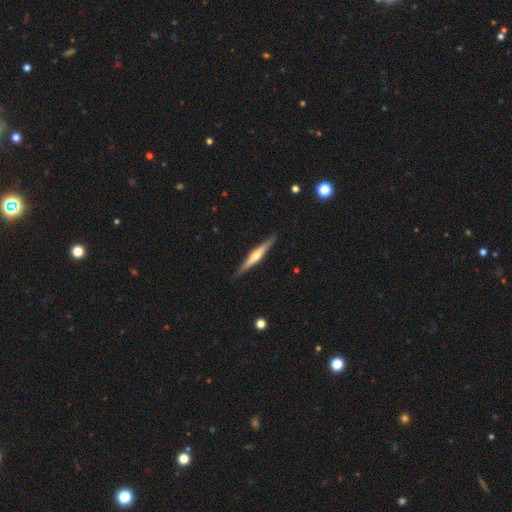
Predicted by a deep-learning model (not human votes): Overall: featured or disk (69%). Edge-on disk: yes (97%). Edge-on bulge: rounded (86%). Merging: none (89%).